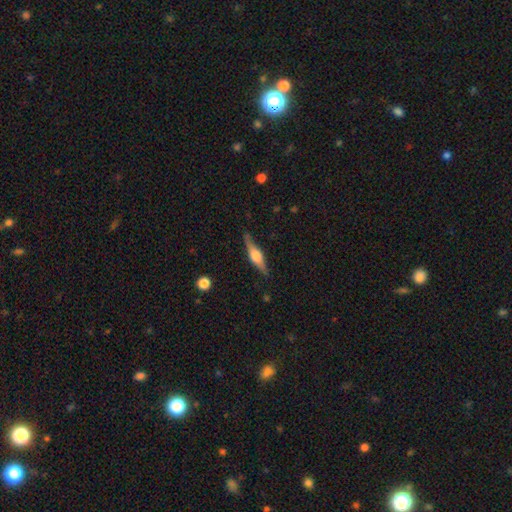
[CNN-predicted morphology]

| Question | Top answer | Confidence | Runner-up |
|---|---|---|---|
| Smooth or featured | featured or disk | 73% | smooth (21%) |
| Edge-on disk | yes | 97% | no (3%) |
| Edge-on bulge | rounded | 86% | boxy (12%) |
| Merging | none | 85% | minor disturbance (11%) |